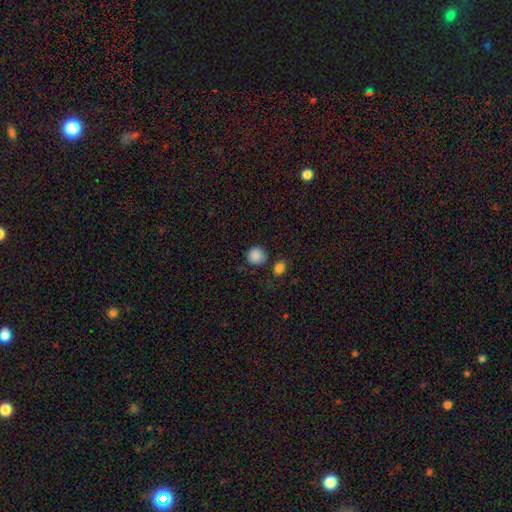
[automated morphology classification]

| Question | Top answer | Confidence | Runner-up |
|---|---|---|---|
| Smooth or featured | smooth | 87% | star or artifact (9%) |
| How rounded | round | 92% | in between (7%) |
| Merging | none | 76% | minor disturbance (13%) |